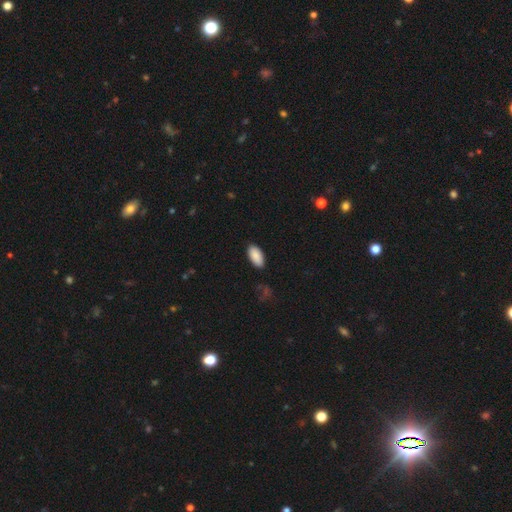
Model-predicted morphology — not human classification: This is clearly a smooth galaxy (90%). How rounded: clearly in between (94%). Merging: clearly none (86%).